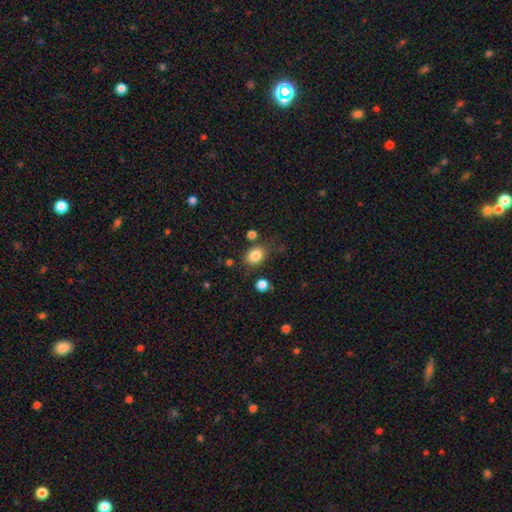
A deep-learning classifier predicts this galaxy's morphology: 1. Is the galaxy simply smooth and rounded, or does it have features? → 84% smooth, 10% star or artifact, 6% featured or disk.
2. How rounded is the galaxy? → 61% in between, 37% round, 1% cigar-shaped.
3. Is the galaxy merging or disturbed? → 74% none, 15% minor disturbance, 6% merger, 5% major disturbance.